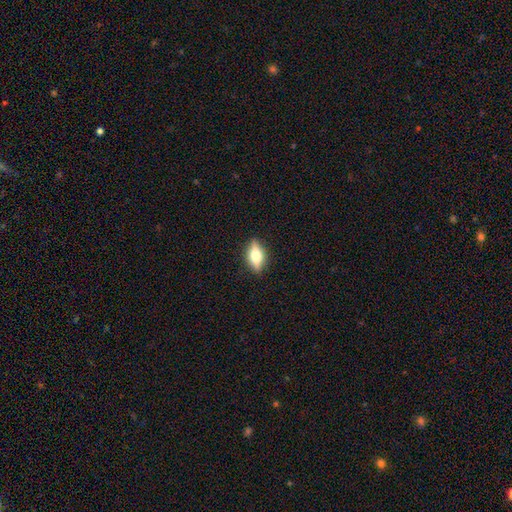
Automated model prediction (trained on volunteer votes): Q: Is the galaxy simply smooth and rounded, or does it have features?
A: featured or disk — 48%.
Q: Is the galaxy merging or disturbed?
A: none — 88%.